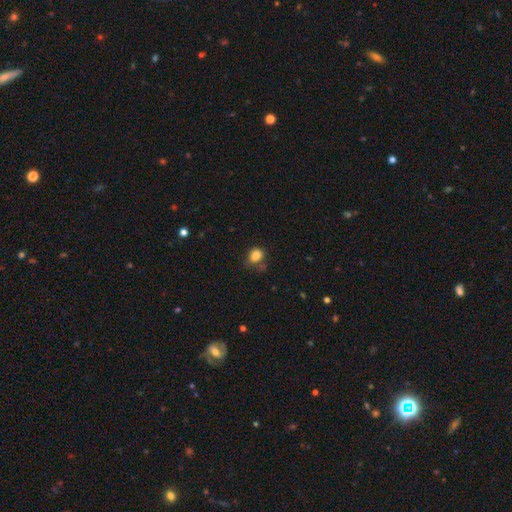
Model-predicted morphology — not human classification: smooth 83%, star or artifact 11%, featured or disk 6%. Down the decision tree: how rounded — in between (54%); merging — none (53%).